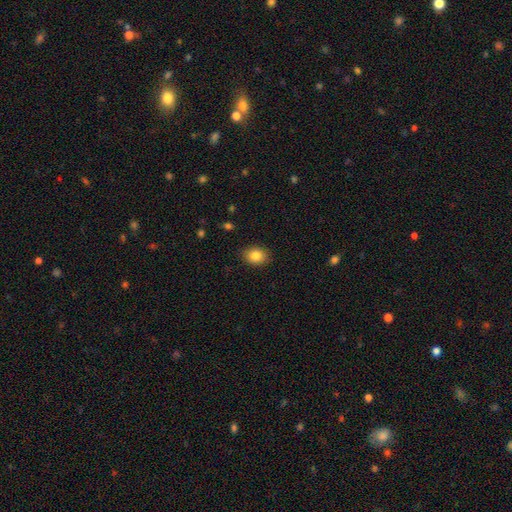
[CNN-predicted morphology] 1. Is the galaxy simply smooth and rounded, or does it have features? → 85% smooth, 9% star or artifact, 7% featured or disk.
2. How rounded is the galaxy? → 53% in between, 46% round, 1% cigar-shaped.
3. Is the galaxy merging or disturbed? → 88% none, 9% minor disturbance, 2% major disturbance, 1% merger.